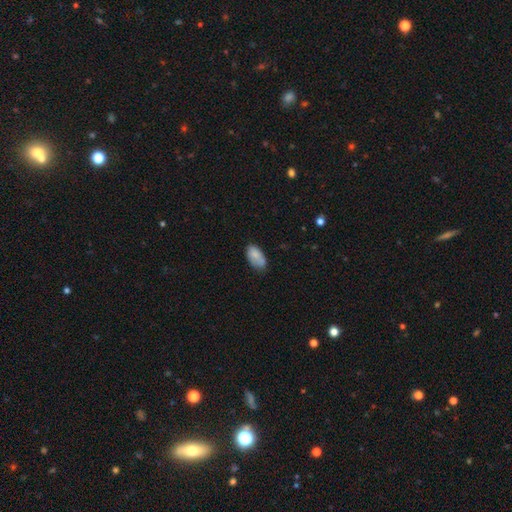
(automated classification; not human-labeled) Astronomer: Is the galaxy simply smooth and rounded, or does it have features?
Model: smooth — 81%.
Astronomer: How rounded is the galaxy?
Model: in between — 94%.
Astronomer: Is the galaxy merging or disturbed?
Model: none — 62%.